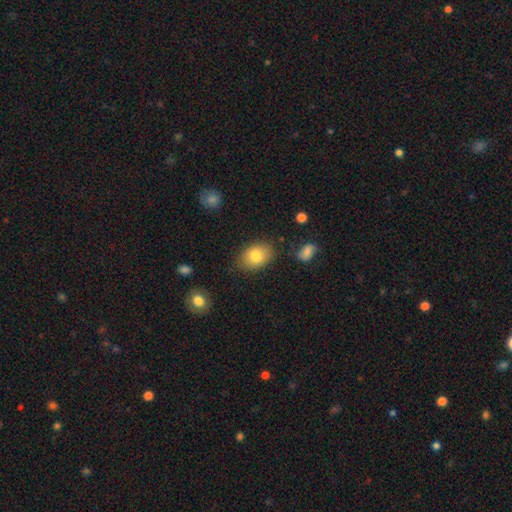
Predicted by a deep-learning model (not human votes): This appears to be a smooth galaxy with no disk features (81%) that is in between round and cigar-shaped (75%). Merging: none (79%).